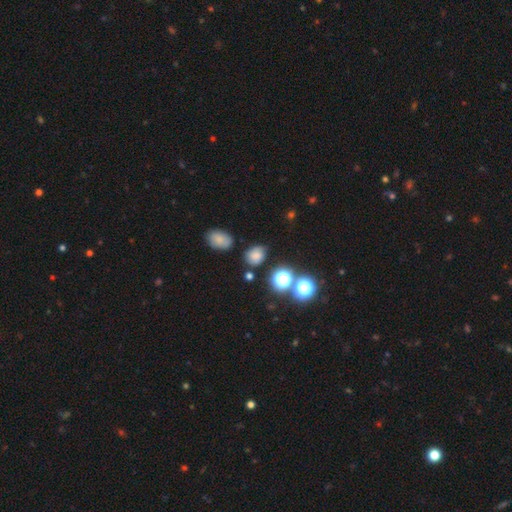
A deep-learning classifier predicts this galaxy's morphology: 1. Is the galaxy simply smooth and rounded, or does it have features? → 67% smooth, 21% star or artifact, 12% featured or disk.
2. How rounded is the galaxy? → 53% round, 46% in between, 1% cigar-shaped.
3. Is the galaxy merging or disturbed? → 68% none, 20% minor disturbance, 7% major disturbance, 5% merger.